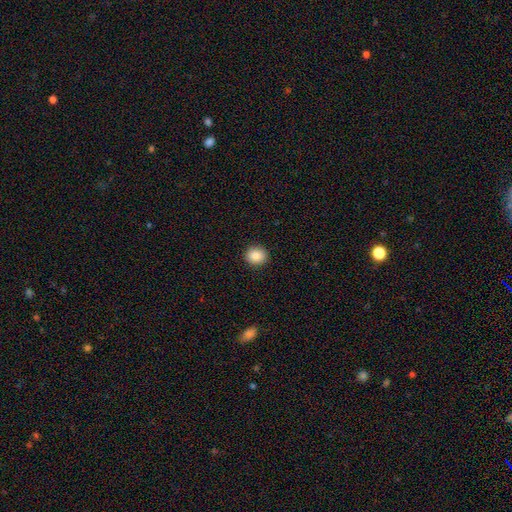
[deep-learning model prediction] A smooth galaxy with no disk features (86%) that is round (85%).

Vote fractions:
- Smooth or featured? smooth: 86% / star or artifact: 9% / featured or disk: 5%
- How rounded? round: 85% / in between: 14% / cigar-shaped: 1%
- Merging? none: 92% / minor disturbance: 5% / major disturbance: 2% / merger: 1%